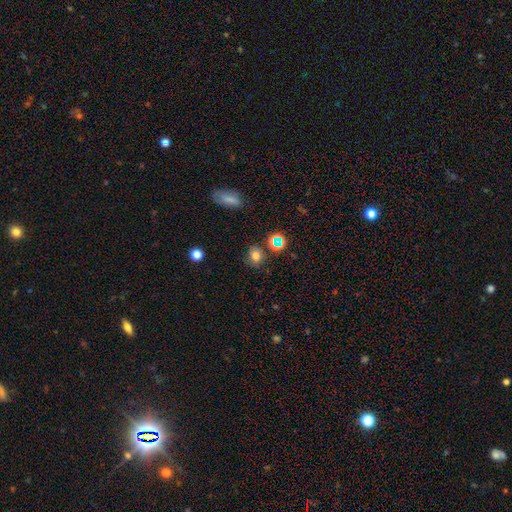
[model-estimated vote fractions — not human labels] This appears to be a smooth galaxy with no disk features (73%) that is round (65%). Merging: none (79%).